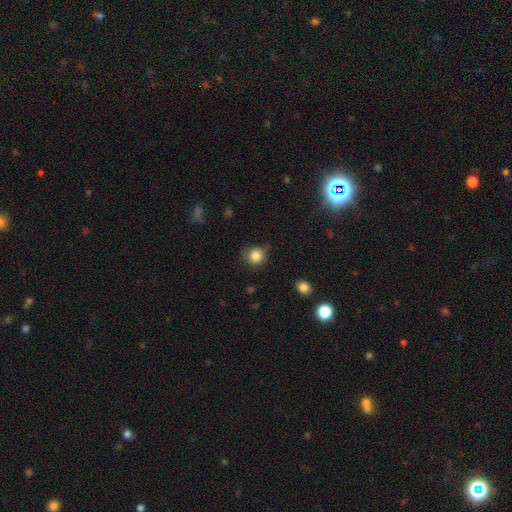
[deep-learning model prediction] Q: Smooth or featured?
A: smooth (84%); runner-up: star or artifact (10%)
Q: How rounded?
A: round (88%); runner-up: in between (11%)
Q: Merging?
A: none (72%); runner-up: minor disturbance (21%)